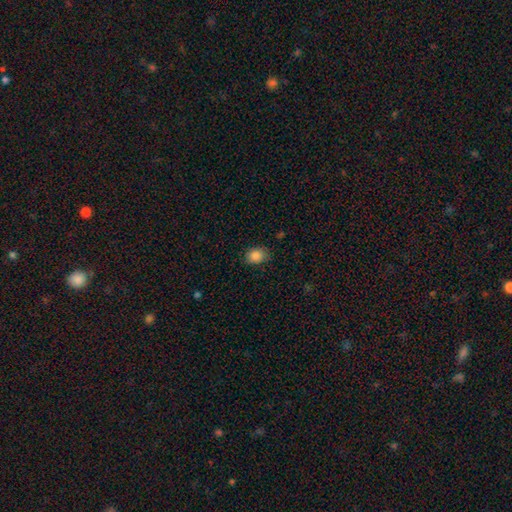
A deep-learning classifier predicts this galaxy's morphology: smooth-or-featured: smooth: 87% | star or artifact: 9% | featured or disk: 4%
  how-rounded: in between: 64% | round: 35% | cigar-shaped: 1%
  merging: none: 82% | minor disturbance: 14% | major disturbance: 3% | merger: 1%